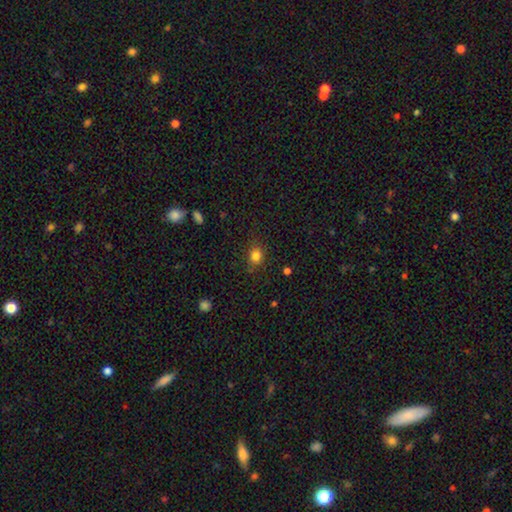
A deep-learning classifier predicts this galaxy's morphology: smooth 82%, star or artifact 13%, featured or disk 5%. Down the decision tree: how rounded — round (71%); merging — none (80%).